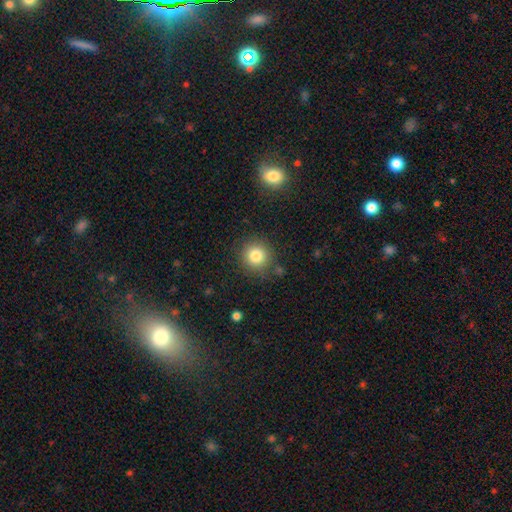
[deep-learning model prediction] Smooth or featured?
  - smooth: 82% *
  - star or artifact: 11%
  - featured or disk: 7%
How rounded?
  - round: 92% *
  - in between: 7%
  - cigar-shaped: 1%
Merging?
  - none: 85% *
  - minor disturbance: 9%
  - major disturbance: 3%
  - merger: 3%